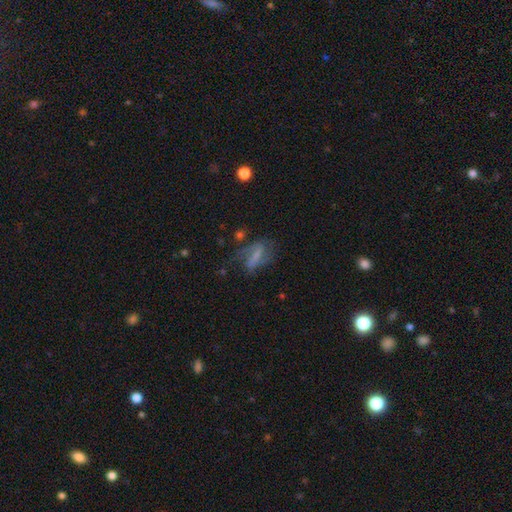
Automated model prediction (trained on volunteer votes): Morphology: type=featured or disk (63%); edge-on=no (91%); bar=strong (44%); spiral arms=yes (79%); bulge=small (39%); merging=none (47%).